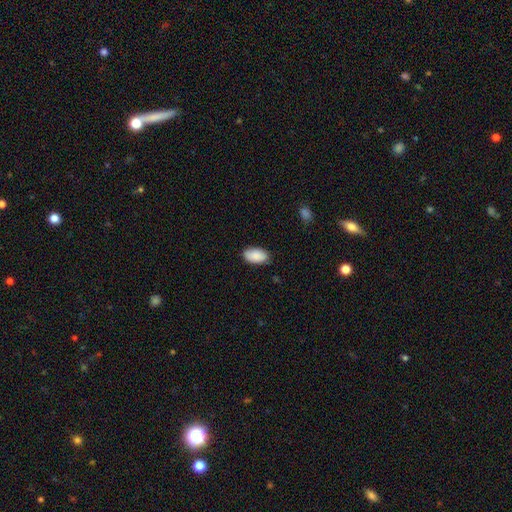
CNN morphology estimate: Smooth or featured? Predicted: smooth (p=0.88). How rounded? Predicted: in between (p=0.95). Merging? Predicted: none (p=0.81).